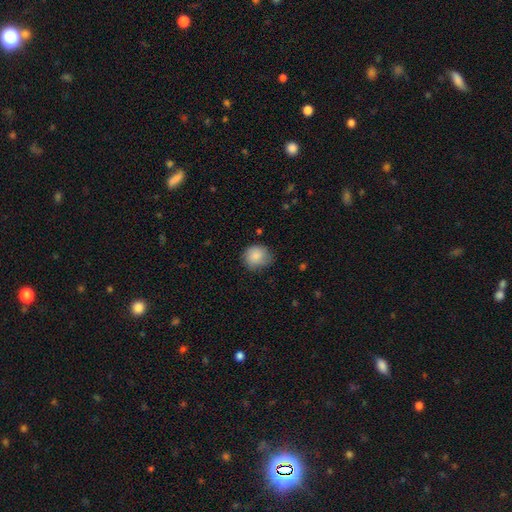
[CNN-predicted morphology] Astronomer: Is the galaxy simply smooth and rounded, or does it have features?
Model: smooth — 84%.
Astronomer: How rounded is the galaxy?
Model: round — 76%.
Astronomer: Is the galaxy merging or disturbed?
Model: none — 66%.